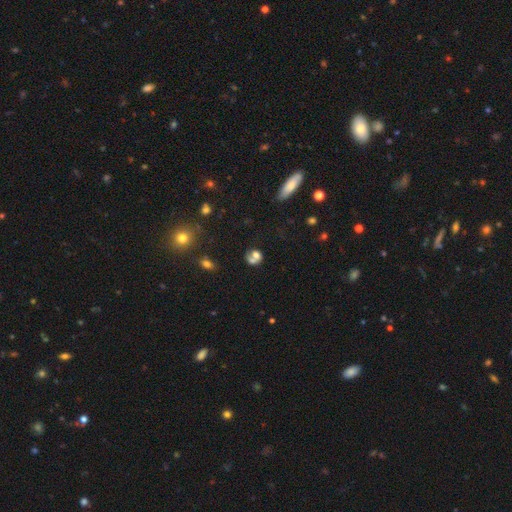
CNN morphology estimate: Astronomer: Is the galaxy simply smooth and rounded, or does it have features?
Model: smooth — 63%.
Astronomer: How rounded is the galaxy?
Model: round — 61% (runner-up: in between, 37%).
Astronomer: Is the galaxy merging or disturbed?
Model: merger — 55%.